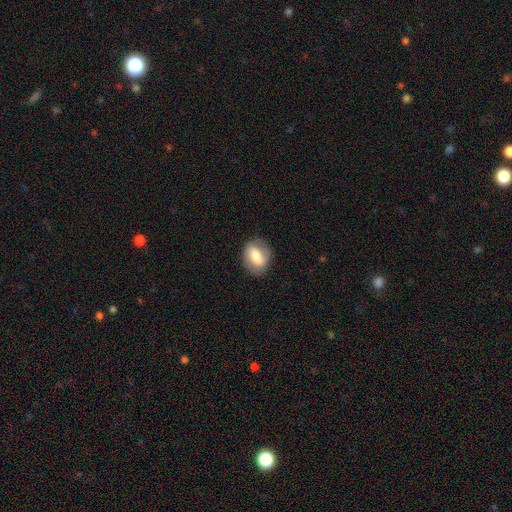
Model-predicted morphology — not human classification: Smooth or featured: smooth — 54% (featured or disk — 38%)
How rounded: in between — 72% (round — 26%)
Merging: none — 80% (minor disturbance — 14%)